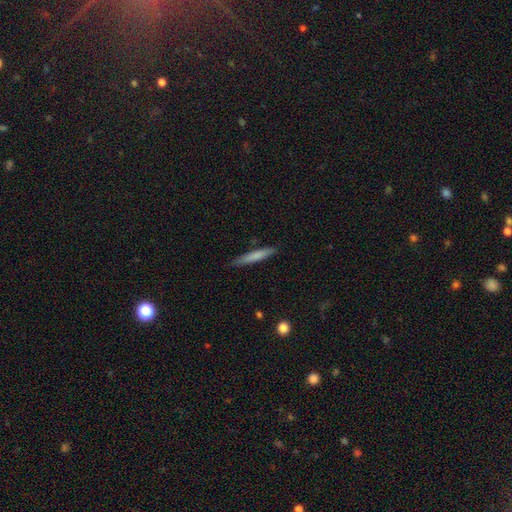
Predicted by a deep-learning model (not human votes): Morphology: type=smooth (74%); roundness=cigar-shaped (93%); merging=none (85%).